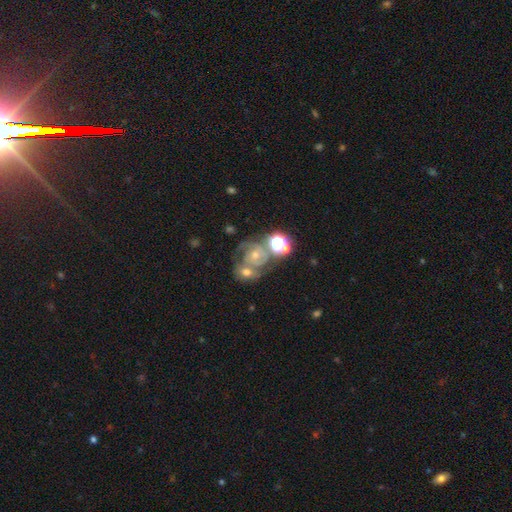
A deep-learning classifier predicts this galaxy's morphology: type=featured or disk (55%); edge-on=no (97%); bar=no (75%); spiral arms=yes (77%); bulge=moderate (52%); merging=merger (52%).